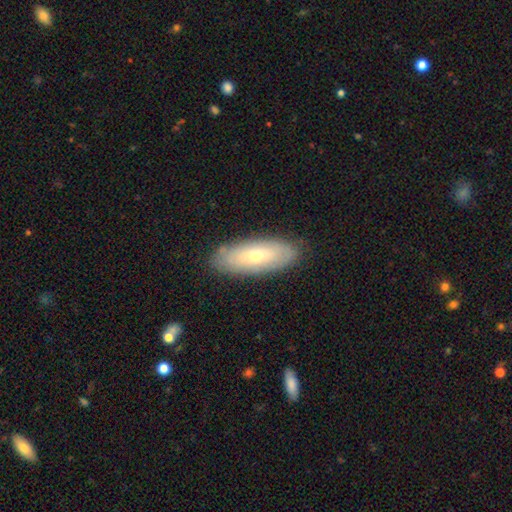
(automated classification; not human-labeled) Overall: smooth (55%; featured or disk 38%). How rounded: in between (73%). Merging: none (85%).